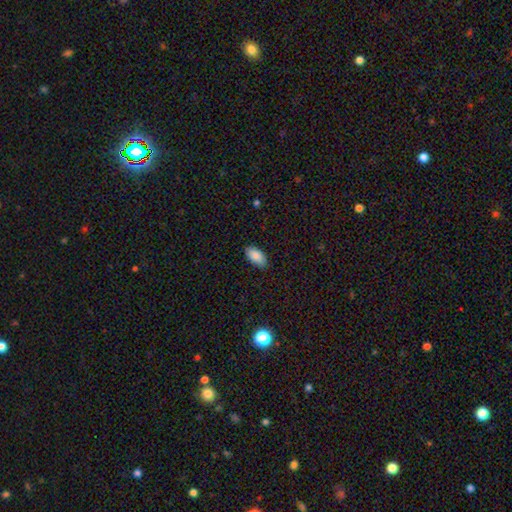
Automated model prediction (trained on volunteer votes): Overall: smooth (87%). How rounded: in between (95%). Merging: none (85%).